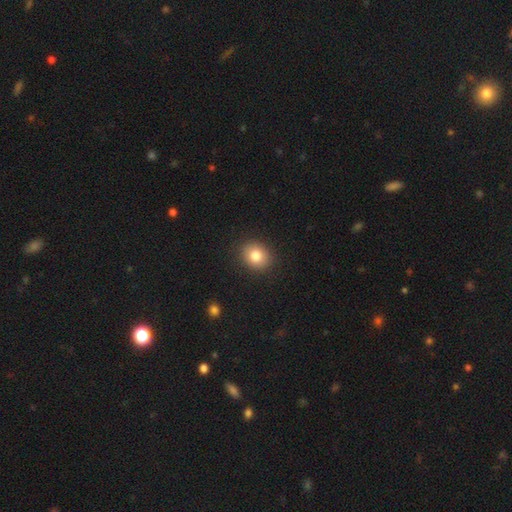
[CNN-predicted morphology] Smooth or featured?
  - smooth: 83% *
  - star or artifact: 9%
  - featured or disk: 8%
How rounded?
  - round: 61% *
  - in between: 38%
  - cigar-shaped: 1%
Merging?
  - none: 90% *
  - minor disturbance: 7%
  - major disturbance: 2%
  - merger: 1%